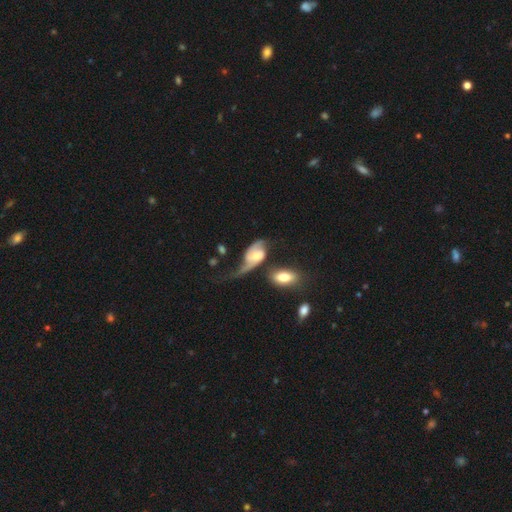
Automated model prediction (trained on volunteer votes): This is likely a featured or disk galaxy (77%). It is clearly not viewed edge-on (95%). Bar: possibly no (56%). Spiral arm pattern: clearly yes (93%). Spiral arm count: likely 2 (80%). Spiral winding: likely loose (64%). Central bulge: possibly moderate (48%). Merging: marginally major disturbance (33%).